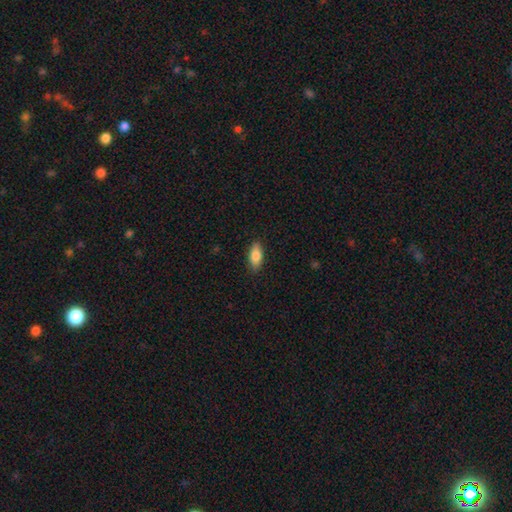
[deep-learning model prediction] smooth_or_featured: smooth (p=0.82) [alt: featured or disk p=0.12]
how_rounded: in between (p=0.83) [alt: cigar-shaped p=0.14]
merging: none (p=0.88) [alt: minor disturbance p=0.09]